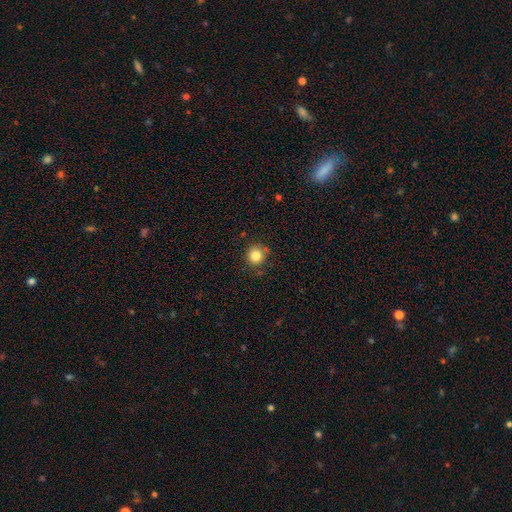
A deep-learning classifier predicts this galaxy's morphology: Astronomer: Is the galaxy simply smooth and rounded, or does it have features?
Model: smooth — 83%.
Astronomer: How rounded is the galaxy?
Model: round — 93%.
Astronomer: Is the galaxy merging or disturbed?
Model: none — 83%.